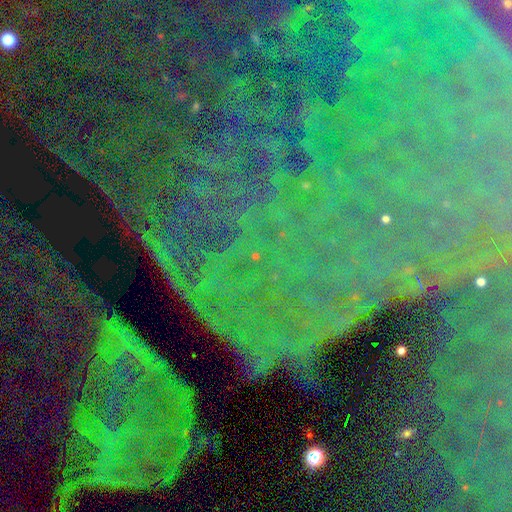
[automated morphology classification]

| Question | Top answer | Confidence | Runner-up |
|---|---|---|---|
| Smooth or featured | star or artifact | 84% | featured or disk (9%) |